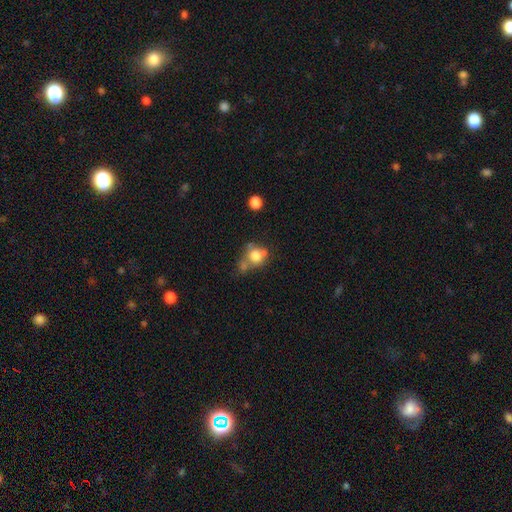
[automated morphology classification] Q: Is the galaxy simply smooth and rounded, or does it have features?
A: smooth — 73%.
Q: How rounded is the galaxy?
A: round — 74%.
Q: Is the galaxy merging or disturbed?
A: merger — 39%.